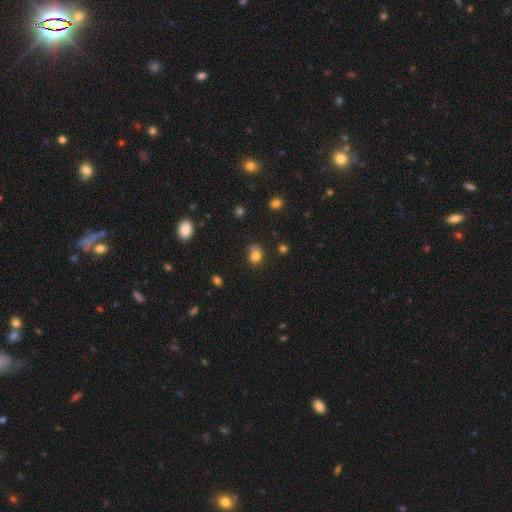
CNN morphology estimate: Overall: smooth (79%). How rounded: round (64%; in between 35%). Merging: none (57%; minor disturbance 27%).